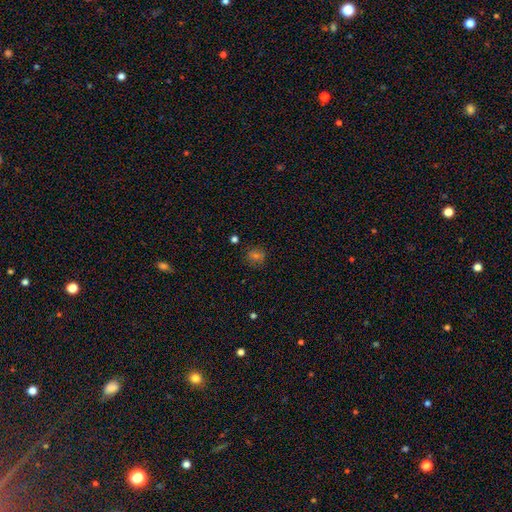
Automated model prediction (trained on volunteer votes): smooth-or-featured: smooth: 57% | star or artifact: 29% | featured or disk: 14%
  how-rounded: round: 87% | in between: 12% | cigar-shaped: 1%
  merging: none: 82% | minor disturbance: 12% | major disturbance: 4% | merger: 3%